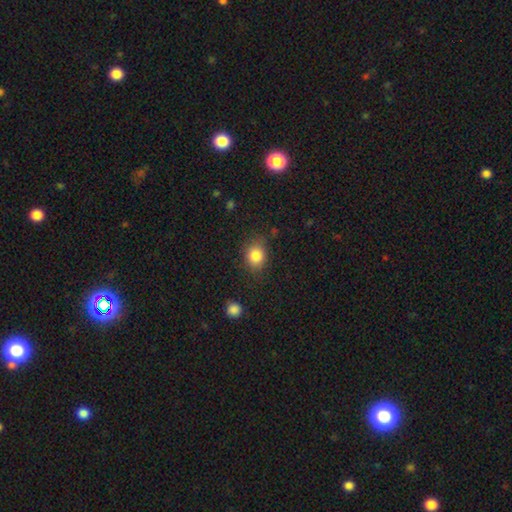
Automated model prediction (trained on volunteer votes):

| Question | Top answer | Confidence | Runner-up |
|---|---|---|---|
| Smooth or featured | smooth | 84% | star or artifact (10%) |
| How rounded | round | 58% | in between (41%) |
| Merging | none | 76% | minor disturbance (17%) |